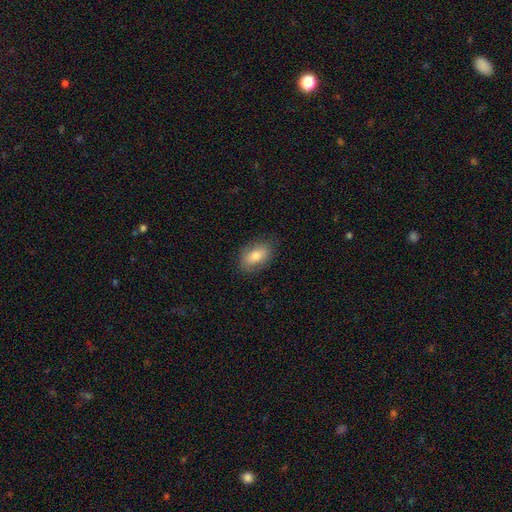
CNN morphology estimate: Smooth or featured? Predicted: smooth (p=0.76). How rounded? Predicted: in between (p=0.90). Merging? Predicted: none (p=0.81).